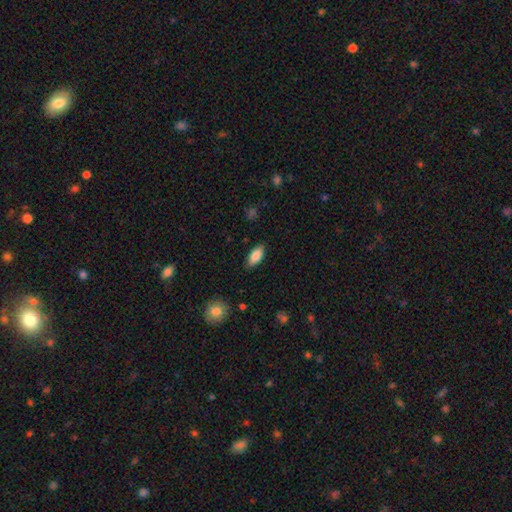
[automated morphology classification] A smooth galaxy with no disk features (83%) that is in between round and cigar-shaped (88%). Merging: none (85%).